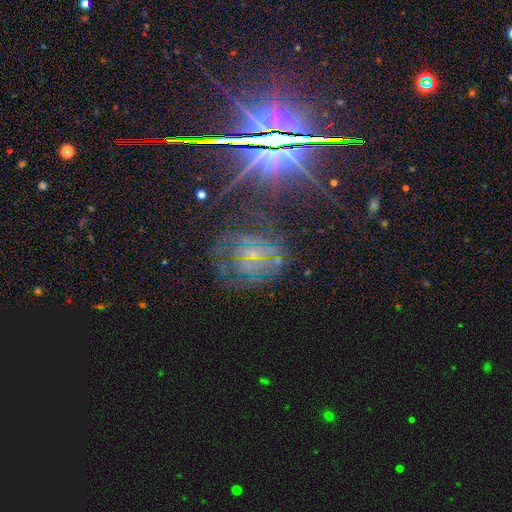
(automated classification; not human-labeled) Overall: featured or disk (54%; star or artifact 34%). Edge-on disk: no (92%). Merging: none (63%).